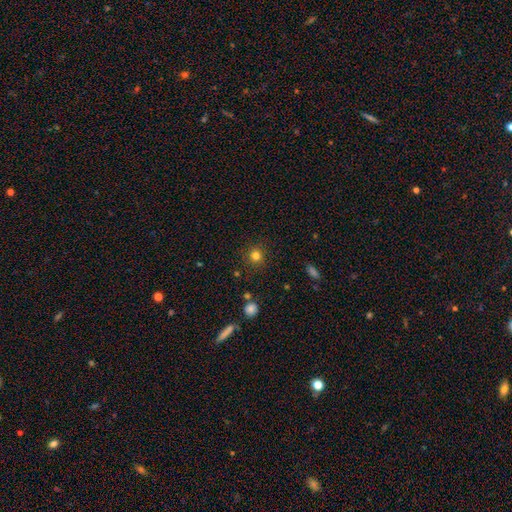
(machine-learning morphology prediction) This is likely a smooth galaxy (80%). How rounded: clearly round (91%). Merging: clearly none (88%).